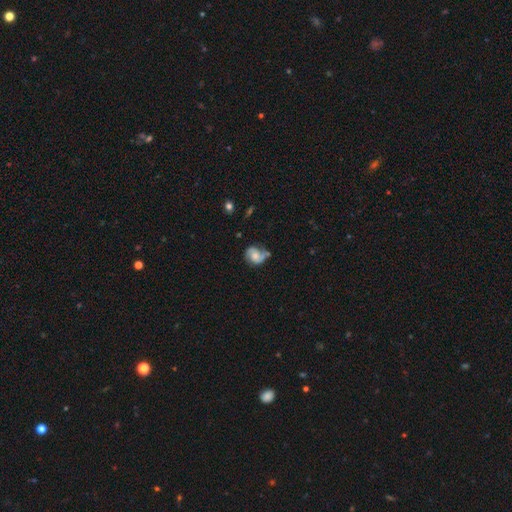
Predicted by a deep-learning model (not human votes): A featured or disk galaxy (68%) with no bar (58%), 2 (82%) medium (47%) spiral arms (91%) and a moderate central bulge (48%).

Vote fractions:
- Smooth or featured? featured or disk: 68% / smooth: 25% / star or artifact: 8%
- Edge-on disk? no: 98% / yes: 2%
- Bar? no: 58% / weak: 34% / strong: 7%
- Spiral arms? yes: 91% / no: 9%
- Spiral winding? medium: 47% / tight: 30% / loose: 24%
- Spiral arm count? 2: 82% / 1: 8% / can't tell: 7% / 3: 2% / 4: 1% / more than 4: 1%
- Bulge size? moderate: 48% / small: 30% / none: 11% / large: 10% / dominant: 2%
- Merging? none: 56% / minor disturbance: 25% / major disturbance: 11% / merger: 8%